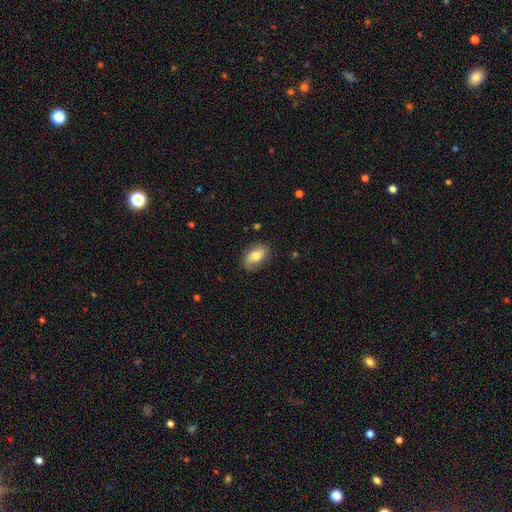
Morphology: type=smooth (73%); roundness=in between (96%); merging=none (77%).